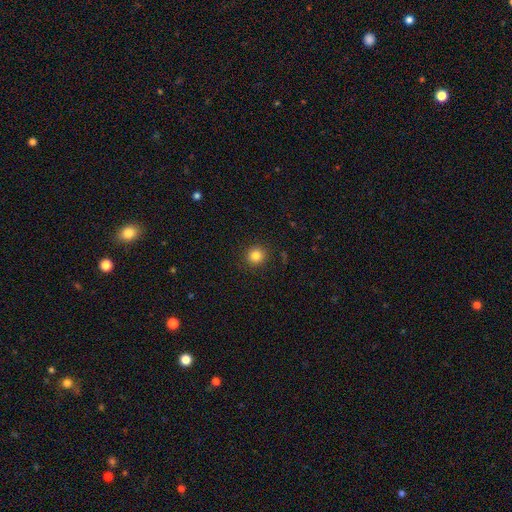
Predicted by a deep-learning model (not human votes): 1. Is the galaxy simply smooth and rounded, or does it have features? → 84% smooth, 11% star or artifact, 5% featured or disk.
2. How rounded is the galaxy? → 90% round, 9% in between, 1% cigar-shaped.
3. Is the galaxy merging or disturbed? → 90% none, 6% minor disturbance, 2% major disturbance, 1% merger.